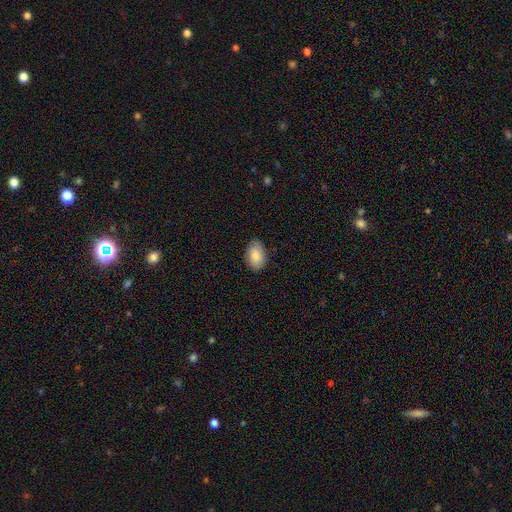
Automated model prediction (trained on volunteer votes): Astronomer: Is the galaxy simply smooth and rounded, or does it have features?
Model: smooth — 84%.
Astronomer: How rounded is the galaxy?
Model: in between — 90%.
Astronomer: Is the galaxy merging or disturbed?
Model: none — 82%.